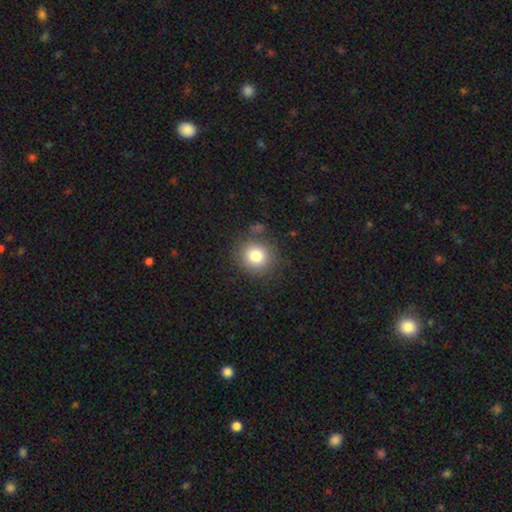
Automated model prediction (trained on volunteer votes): A smooth galaxy with no disk features (81%) that is round (89%). Merging: none (84%).